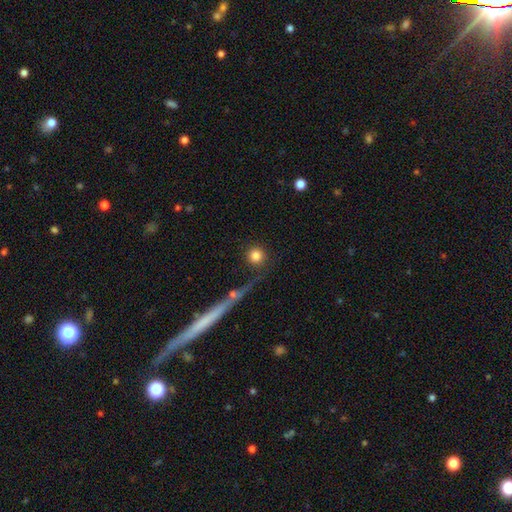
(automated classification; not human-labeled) smooth_or_featured: smooth (p=0.81) [alt: star or artifact p=0.10]
how_rounded: round (p=0.95) [alt: in between p=0.04]
merging: none (p=0.81) [alt: minor disturbance p=0.08]